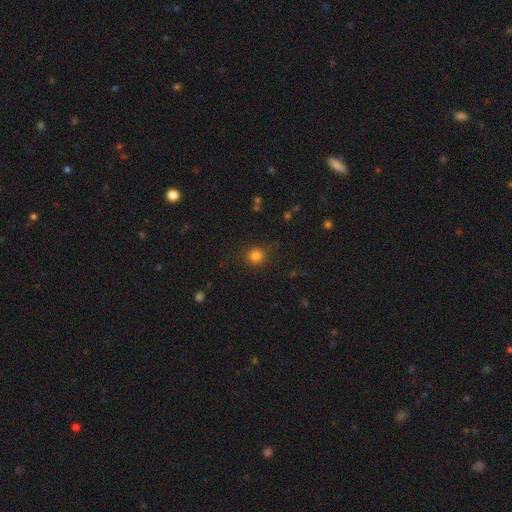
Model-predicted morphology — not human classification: This is clearly a smooth galaxy (82%). How rounded: clearly round (92%). Merging: clearly none (89%).